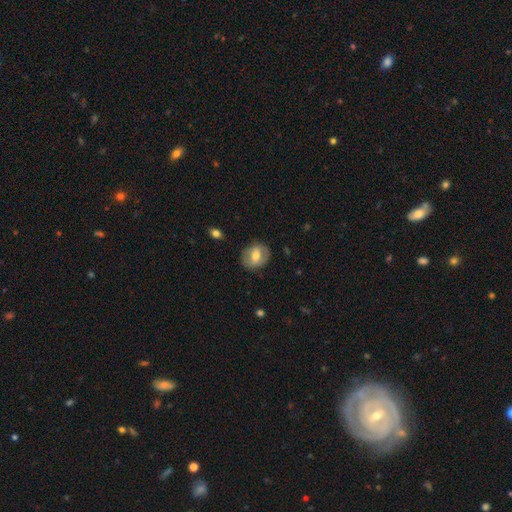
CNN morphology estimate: type=smooth (54%); roundness=round (51%); merging=none (81%).